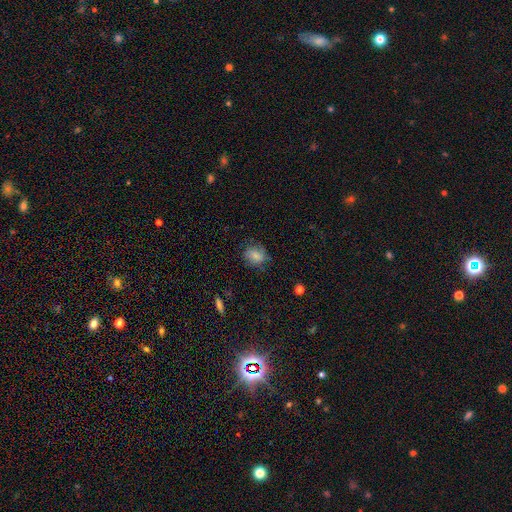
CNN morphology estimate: Smooth or featured: smooth — 72% (featured or disk — 18%)
How rounded: round — 59% (in between — 40%)
Merging: none — 64% (minor disturbance — 25%)